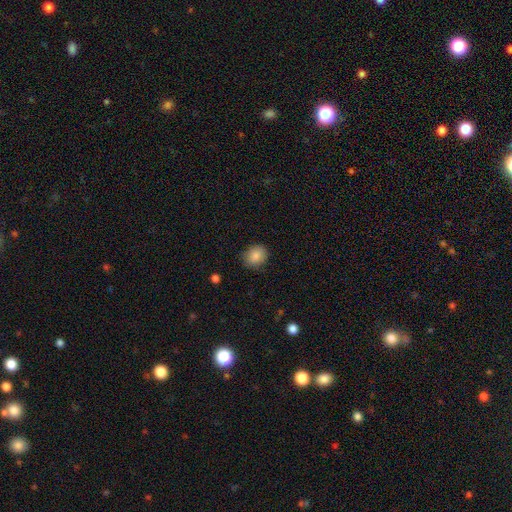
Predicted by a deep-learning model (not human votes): Smooth or featured? Predicted: smooth (p=0.86). How rounded? Predicted: round (p=0.67). Merging? Predicted: none (p=0.85).